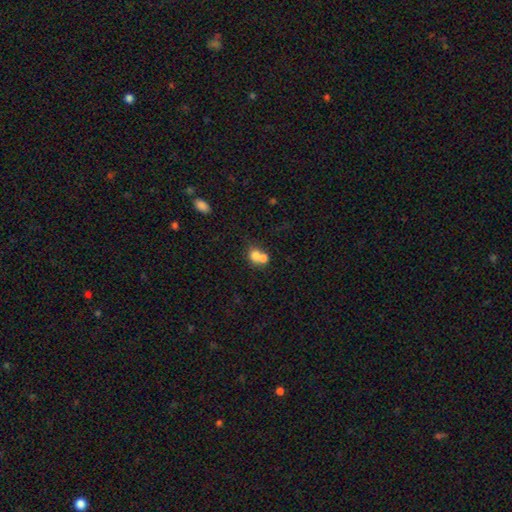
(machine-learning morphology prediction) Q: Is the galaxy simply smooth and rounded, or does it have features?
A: smooth — 72%.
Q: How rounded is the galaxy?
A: round — 65%.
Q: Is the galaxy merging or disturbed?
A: merger — 65%.